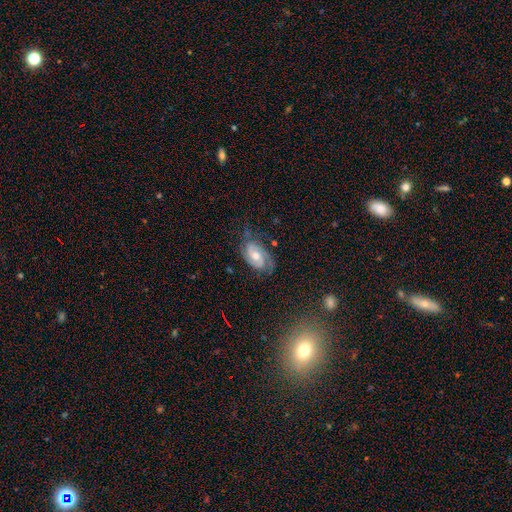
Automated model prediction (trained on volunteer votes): smooth_or_featured: featured or disk (p=0.83) [alt: smooth p=0.11]
disk_edge_on: no (p=0.97) [alt: yes p=0.03]
bar: no (p=0.58) [alt: weak p=0.35]
has_spiral_arms: yes (p=0.96) [alt: no p=0.04]
spiral_winding: tight (p=0.51) [alt: medium p=0.39]
spiral_arm_count: 2 (p=0.80) [alt: can't tell p=0.09]
bulge_size: moderate (p=0.65) [alt: small p=0.28]
merging: none (p=0.71) [alt: minor disturbance p=0.20]